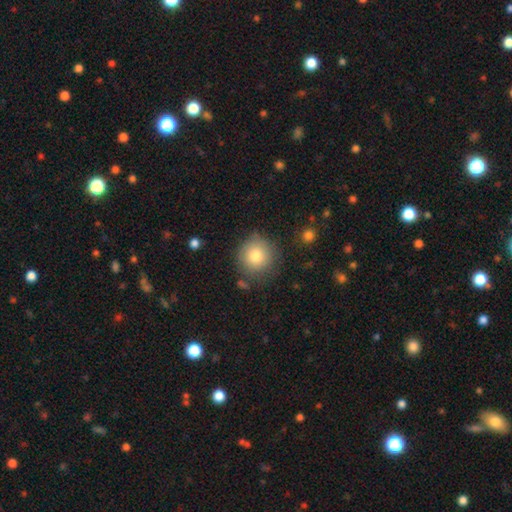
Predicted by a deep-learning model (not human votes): This appears to be a smooth galaxy with no disk features (80%) that is round (91%). Merging: none (77%).